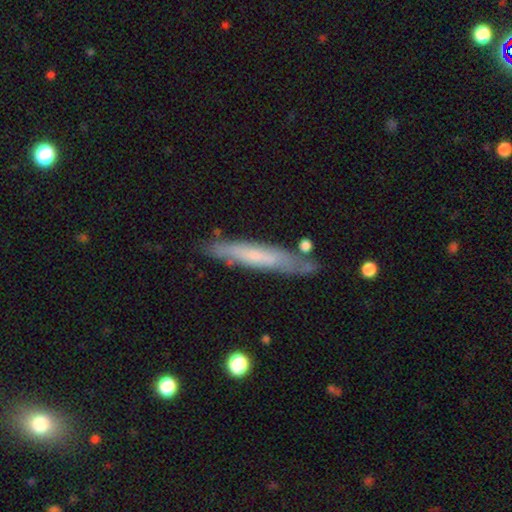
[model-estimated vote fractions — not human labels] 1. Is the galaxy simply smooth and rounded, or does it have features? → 52% smooth, 42% featured or disk, 6% star or artifact.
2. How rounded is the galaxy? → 90% cigar-shaped, 9% in between, 1% round.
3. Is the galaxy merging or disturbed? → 74% none, 18% minor disturbance, 4% merger, 4% major disturbance.